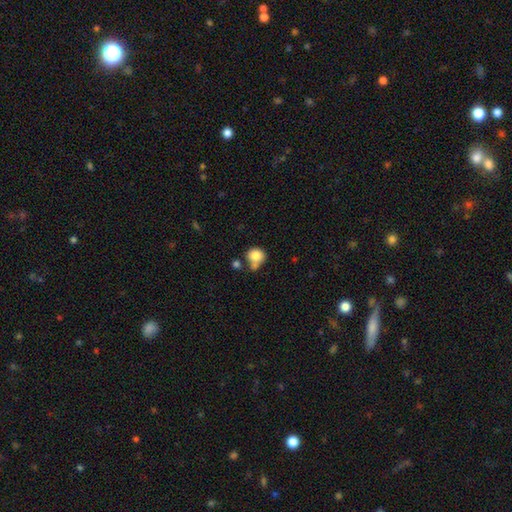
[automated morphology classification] smooth-or-featured: smooth: 80% | featured or disk: 11% | star or artifact: 9%
  how-rounded: round: 77% | in between: 22% | cigar-shaped: 1%
  merging: none: 40% | merger: 28% | minor disturbance: 21% | major disturbance: 11%